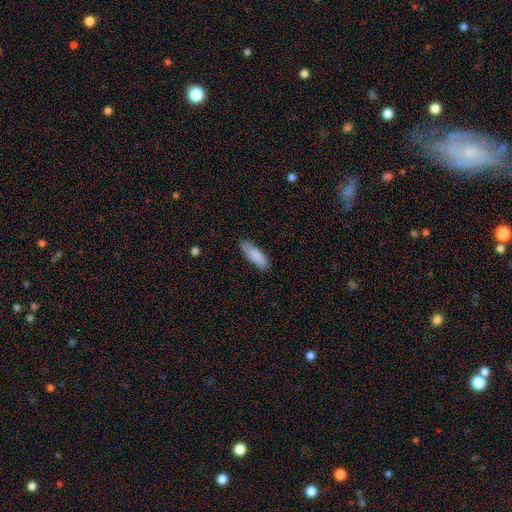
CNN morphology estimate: A smooth galaxy with no disk features (86%) that is in between round and cigar-shaped (60%). Merging: none (83%).